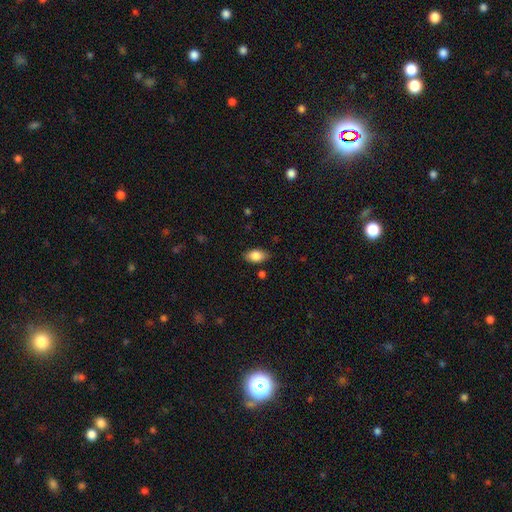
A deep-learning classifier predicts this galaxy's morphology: Overall: smooth (84%). How rounded: in between (91%). Merging: none (82%).